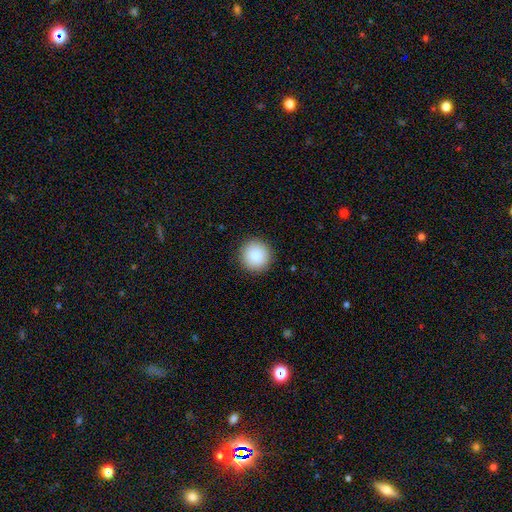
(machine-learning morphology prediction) This is clearly a smooth galaxy (83%). How rounded: clearly round (94%). Merging: clearly none (92%).